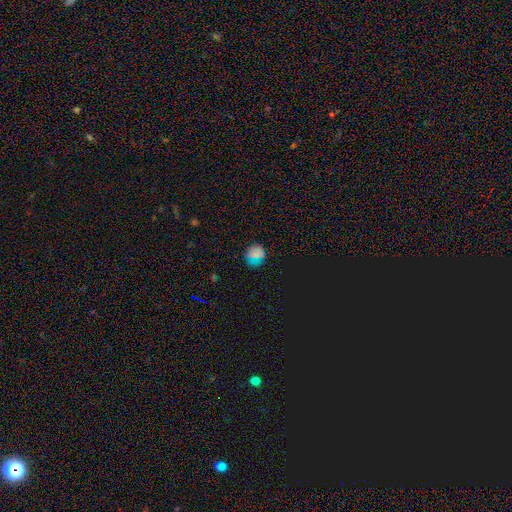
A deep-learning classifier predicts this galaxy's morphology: Smooth or featured? smooth (67%)
How rounded? round (86%)
Merging? none (84%)